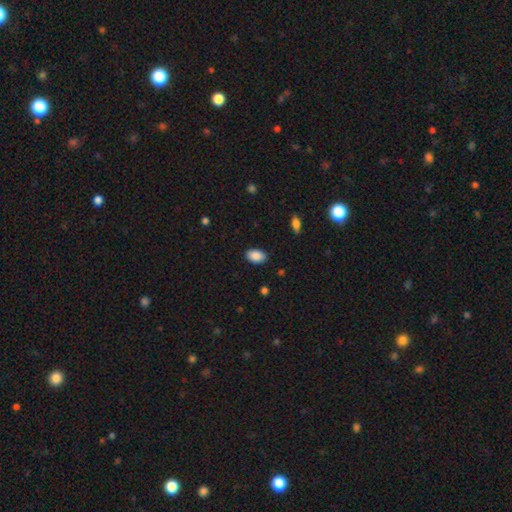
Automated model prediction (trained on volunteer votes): smooth-or-featured: smooth: 89% | star or artifact: 7% | featured or disk: 4%
  how-rounded: in between: 91% | round: 7% | cigar-shaped: 1%
  merging: none: 88% | minor disturbance: 9% | major disturbance: 2% | merger: 1%